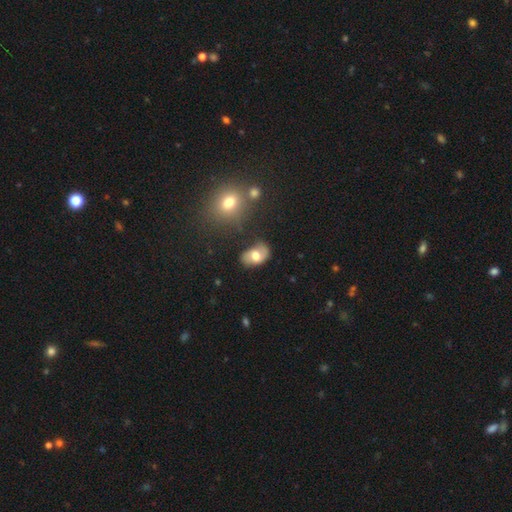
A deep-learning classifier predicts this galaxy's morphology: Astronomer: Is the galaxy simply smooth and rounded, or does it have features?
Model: smooth — 54% (runner-up: featured or disk, 38%).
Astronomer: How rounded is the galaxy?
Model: in between — 87%.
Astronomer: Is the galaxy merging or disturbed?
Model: none — 67%.